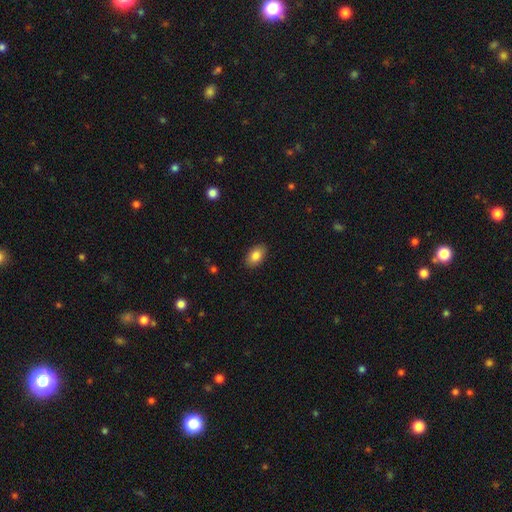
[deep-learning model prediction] smooth 84%, featured or disk 8%, star or artifact 8%. Down the decision tree: how rounded — in between (91%); merging — none (89%).